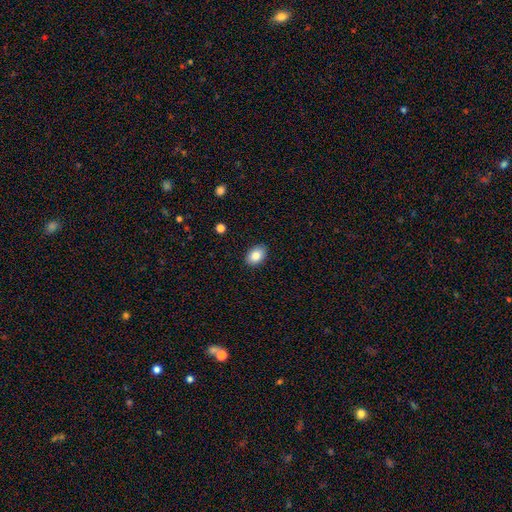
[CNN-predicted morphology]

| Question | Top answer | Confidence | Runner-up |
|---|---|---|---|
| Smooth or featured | smooth | 85% | star or artifact (8%) |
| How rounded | in between | 81% | round (18%) |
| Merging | none | 88% | minor disturbance (9%) |